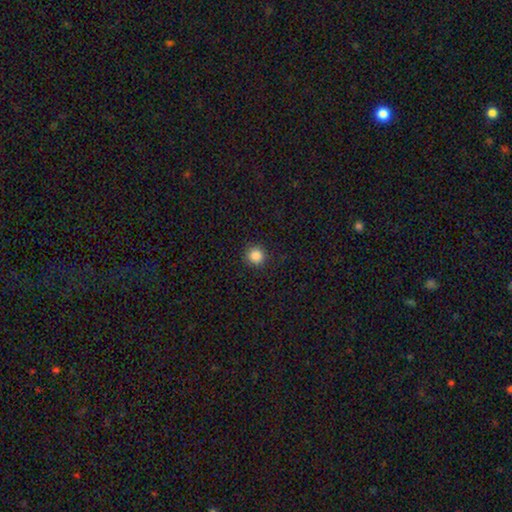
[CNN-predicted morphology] Smooth or featured: smooth — 85% (star or artifact — 11%)
How rounded: round — 94% (in between — 5%)
Merging: none — 91% (minor disturbance — 6%)